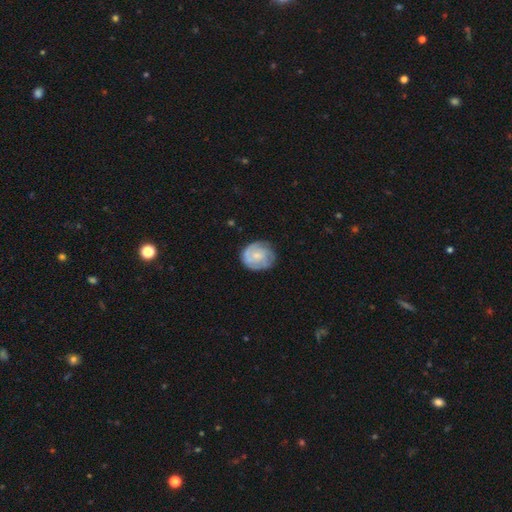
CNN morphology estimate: Smooth or featured? Predicted: featured or disk (p=0.61). Edge-on disk? Predicted: no (p=0.98). Bar? Predicted: no (p=0.66). Spiral arms? Predicted: yes (p=0.86). Spiral winding? Predicted: tight (p=0.60). Spiral arm count? Predicted: can't tell (p=0.36). Bulge size? Predicted: small (p=0.55). Merging? Predicted: none (p=0.74).